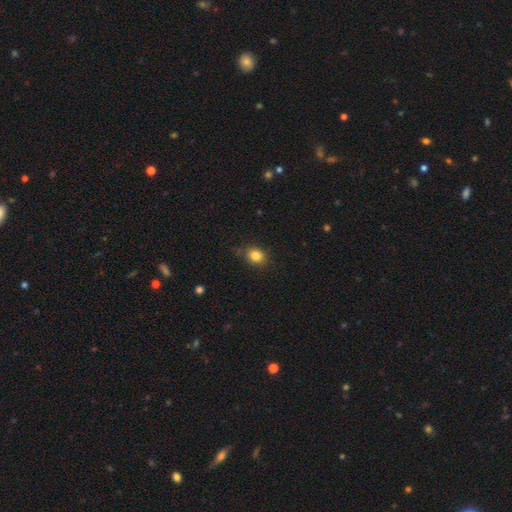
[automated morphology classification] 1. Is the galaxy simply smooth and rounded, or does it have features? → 83% smooth, 11% star or artifact, 6% featured or disk.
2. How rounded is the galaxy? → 50% round, 49% in between, 1% cigar-shaped.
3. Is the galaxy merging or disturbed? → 80% none, 16% minor disturbance, 3% major disturbance, 2% merger.